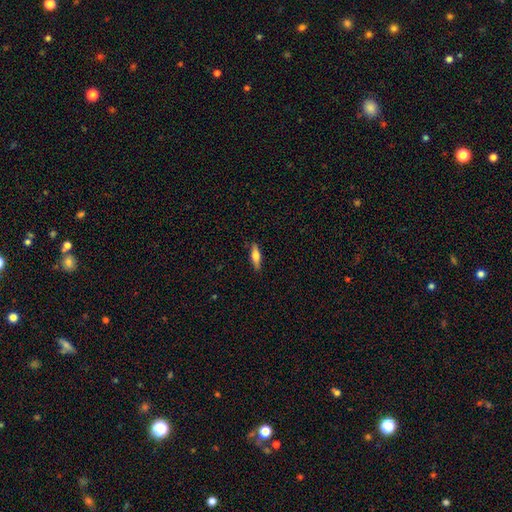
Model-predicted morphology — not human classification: type=smooth (58%); roundness=cigar-shaped (58%); merging=none (87%).